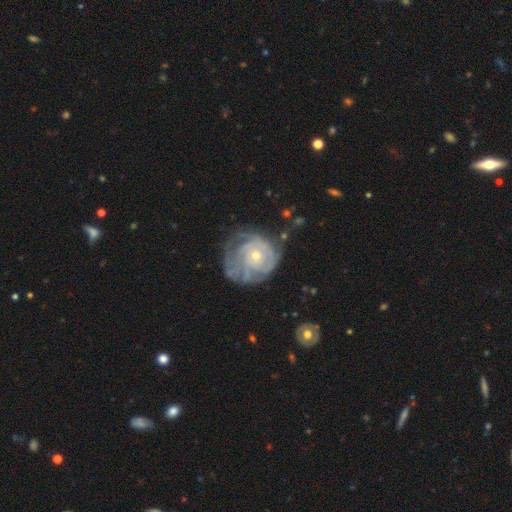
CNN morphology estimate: featured or disk 76%, smooth 16%, star or artifact 8%. Down the decision tree: edge-on disk — no (97%); bar — no (82%); spiral arms — yes (81%); spiral arm count — can't tell (56%); spiral winding — tight (73%); bulge size — small (65%); merging — none (55%).